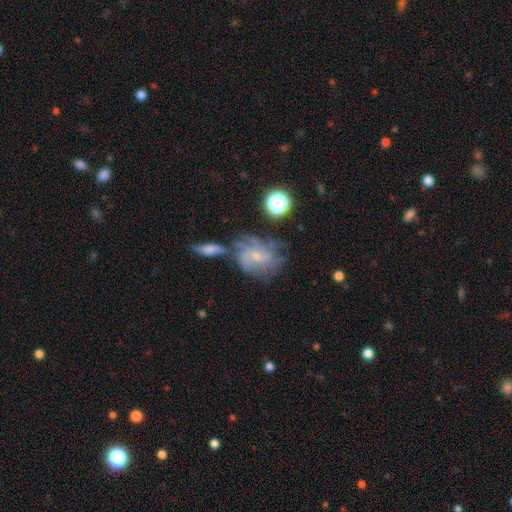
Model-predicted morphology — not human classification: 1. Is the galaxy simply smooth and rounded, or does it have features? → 68% featured or disk, 19% smooth, 13% star or artifact.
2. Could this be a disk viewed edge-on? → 97% no, 3% yes.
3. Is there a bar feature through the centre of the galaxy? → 61% no, 34% weak, 6% strong.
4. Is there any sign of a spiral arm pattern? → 86% yes, 14% no.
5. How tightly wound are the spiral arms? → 42% medium, 37% tight, 20% loose.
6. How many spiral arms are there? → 40% can't tell, 19% 3, 18% 4, 12% 2, 7% more than 4, 5% 1.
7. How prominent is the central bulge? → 67% small, 23% moderate, 7% none, 2% large, 1% dominant.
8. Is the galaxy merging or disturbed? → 47% none, 20% minor disturbance, 18% major disturbance, 15% merger.